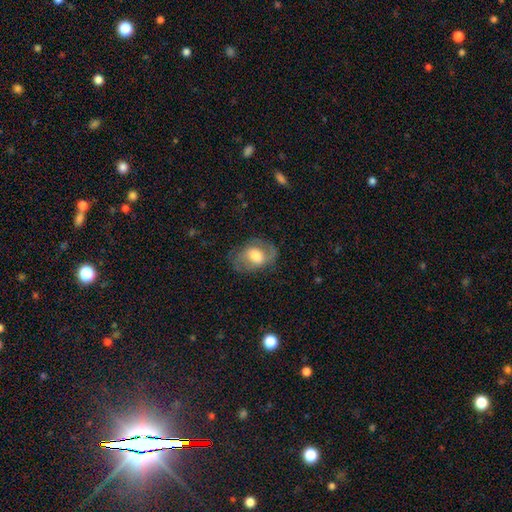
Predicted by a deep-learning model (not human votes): Overall: featured or disk (50%; smooth 42%). Edge-on disk: no (95%). Merging: none (62%; minor disturbance 22%).